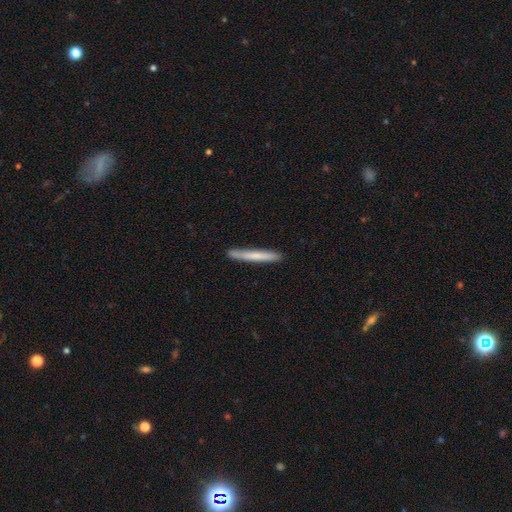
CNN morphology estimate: Smooth or featured? smooth (69%)
How rounded? cigar-shaped (97%)
Merging? none (89%)